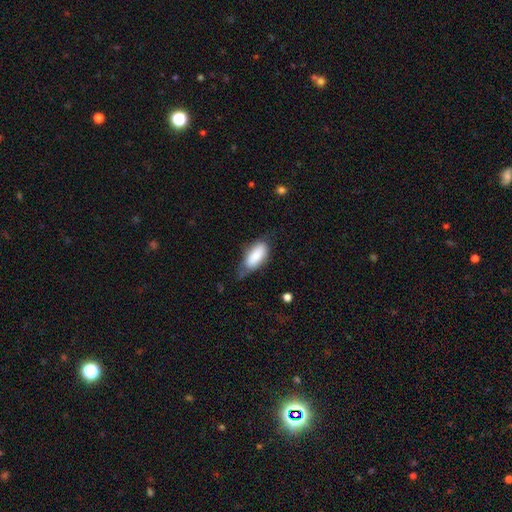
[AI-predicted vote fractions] This is clearly a smooth galaxy (84%). How rounded: clearly in between (88%). Merging: marginally none (44%).